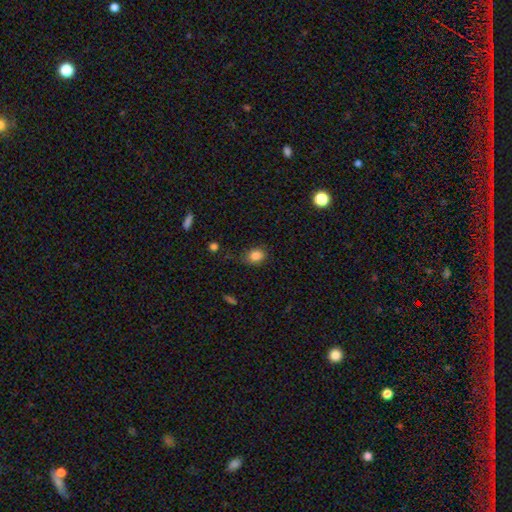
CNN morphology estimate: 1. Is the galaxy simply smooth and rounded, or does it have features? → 84% smooth, 10% star or artifact, 5% featured or disk.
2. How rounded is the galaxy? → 51% round, 48% in between, 1% cigar-shaped.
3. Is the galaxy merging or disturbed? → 72% none, 21% minor disturbance, 5% major disturbance, 2% merger.